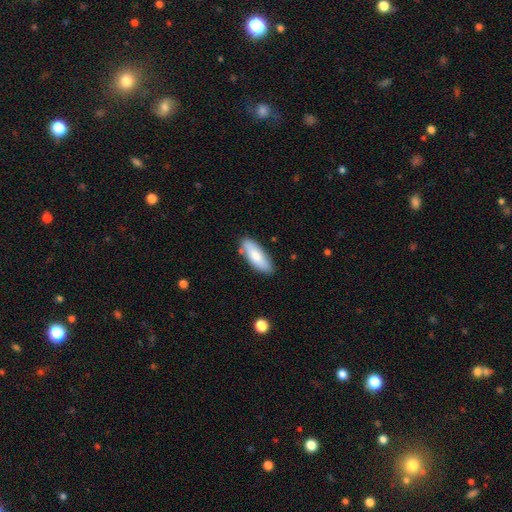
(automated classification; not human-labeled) smooth_or_featured: smooth (p=0.77) [alt: featured or disk p=0.17]
how_rounded: in between (p=0.65) [alt: cigar-shaped p=0.33]
merging: none (p=0.80) [alt: minor disturbance p=0.14]